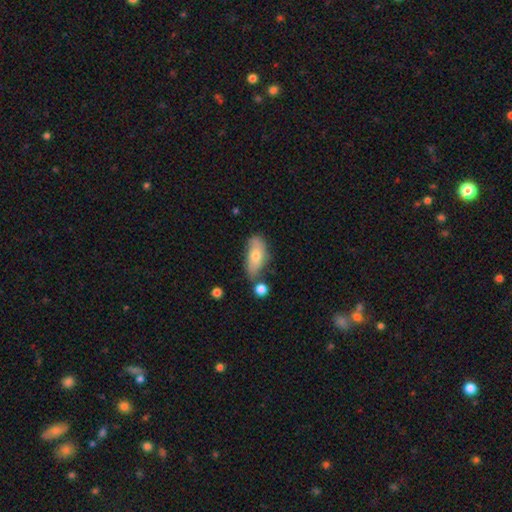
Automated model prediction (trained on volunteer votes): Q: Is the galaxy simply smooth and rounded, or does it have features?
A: smooth — 64%.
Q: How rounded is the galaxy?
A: in between — 82%.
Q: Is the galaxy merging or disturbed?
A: none — 52%.